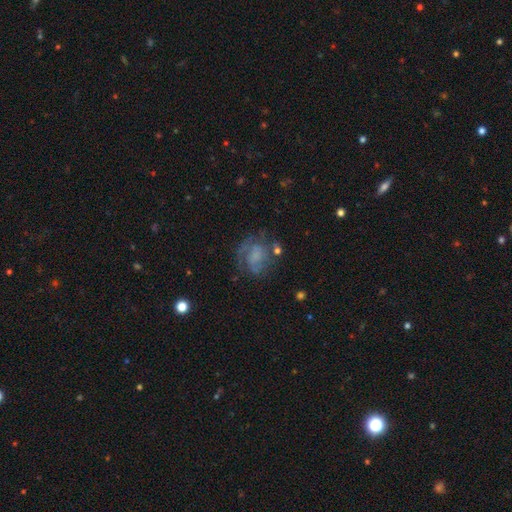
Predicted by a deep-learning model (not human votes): This is likely a featured or disk galaxy (61%). It is clearly not viewed edge-on (98%). Bar: likely no (66%). Spiral arm pattern: likely yes (77%). Central bulge: possibly none (51%). Merging: possibly none (54%).